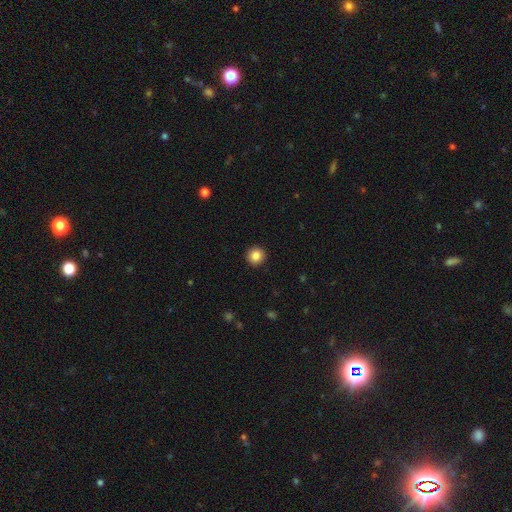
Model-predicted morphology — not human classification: Q: Smooth or featured?
A: smooth (85%); runner-up: star or artifact (10%)
Q: How rounded?
A: round (95%); runner-up: in between (4%)
Q: Merging?
A: none (93%); runner-up: minor disturbance (5%)